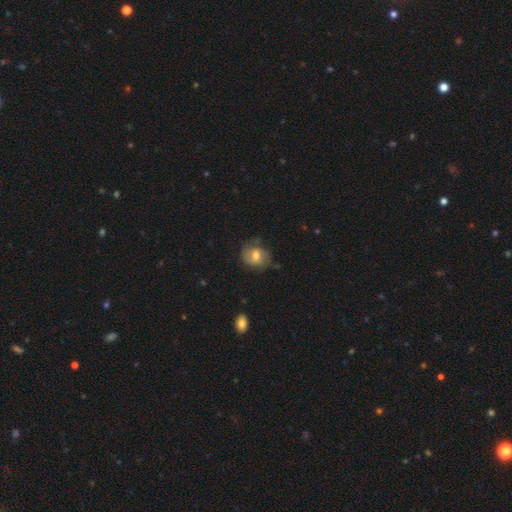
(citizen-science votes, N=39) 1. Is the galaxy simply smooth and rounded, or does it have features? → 56% smooth, 38% featured or disk, 5% star or artifact.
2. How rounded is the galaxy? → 64% round, 36% in between, 0% cigar-shaped.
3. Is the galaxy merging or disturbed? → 49% none, 32% minor disturbance, 16% major disturbance, 3% merger.